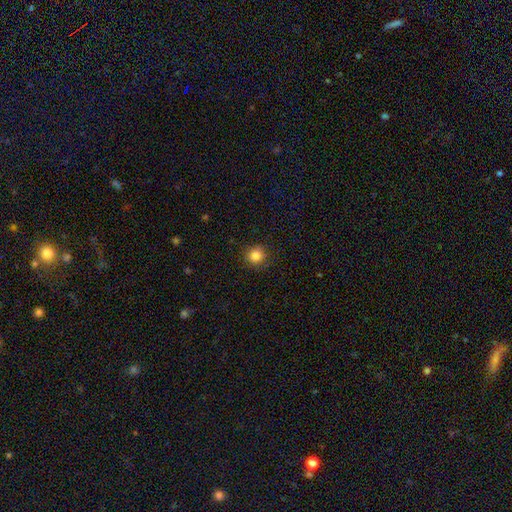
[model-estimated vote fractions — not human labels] smooth 84%, star or artifact 11%, featured or disk 5%. Down the decision tree: how rounded — round (92%); merging — none (89%).